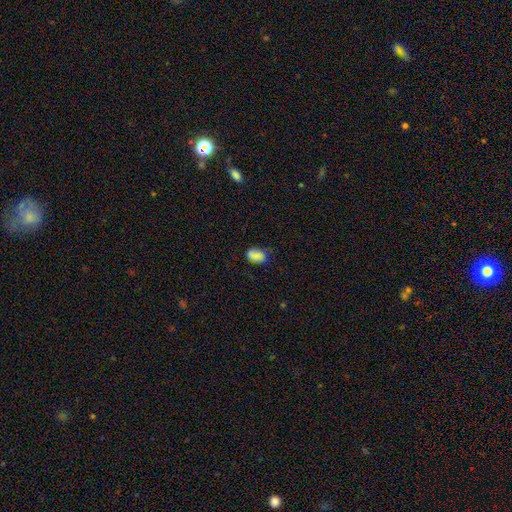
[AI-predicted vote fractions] Smooth or featured? Predicted: smooth (p=0.83). How rounded? Predicted: in between (p=0.87). Merging? Predicted: none (p=0.55).